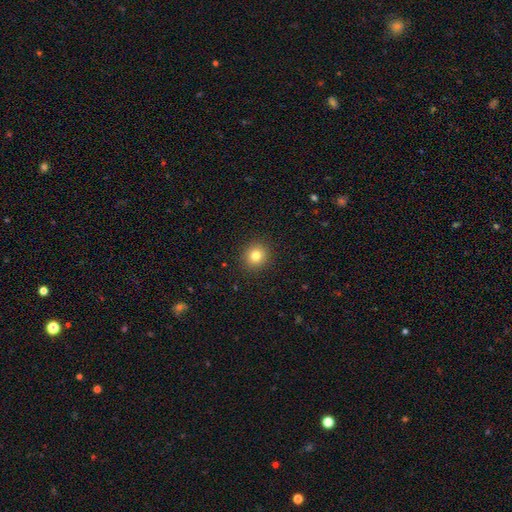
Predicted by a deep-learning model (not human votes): smooth 81%, star or artifact 12%, featured or disk 7%. Down the decision tree: how rounded — round (90%); merging — none (91%).